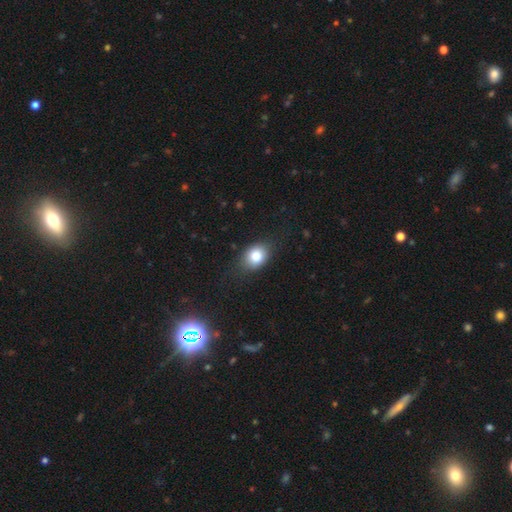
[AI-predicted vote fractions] Smooth or featured? smooth (80%)
How rounded? in between (63%)
Merging? none (78%)